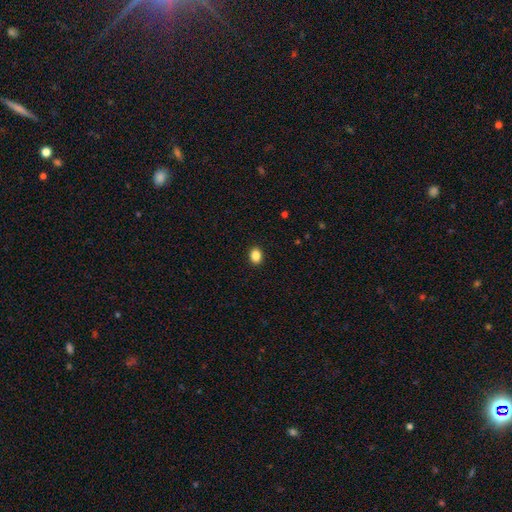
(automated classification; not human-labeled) smooth 87%, star or artifact 10%, featured or disk 3%. Down the decision tree: how rounded — in between (51%); merging — none (92%).